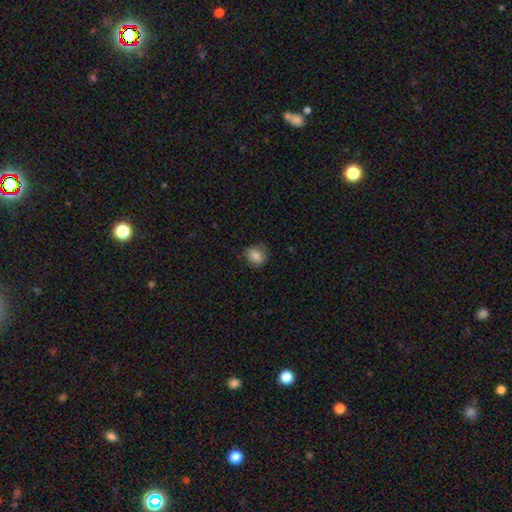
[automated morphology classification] This appears to be a smooth galaxy with no disk features (80%) that is round (64%). Merging: none (69%).